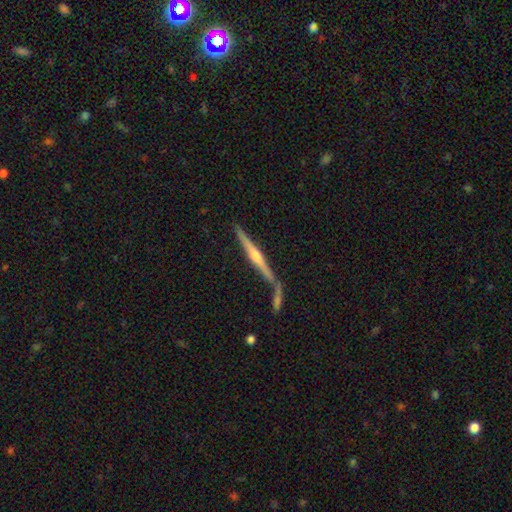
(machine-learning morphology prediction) smooth-or-featured: featured or disk: 73% | smooth: 21% | star or artifact: 6%
  disk-edge-on: yes: 97% | no: 3%
    edge-on-bulge: rounded: 80% | none: 13% | boxy: 7%
  merging: none: 61% | merger: 24% | minor disturbance: 11% | major disturbance: 4%